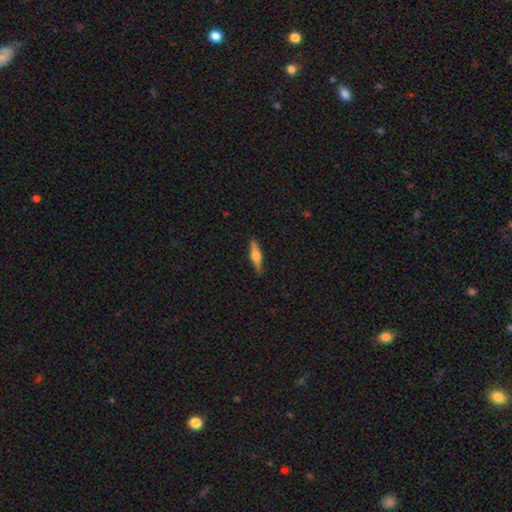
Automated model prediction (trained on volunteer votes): The model was most divided on "smooth or featured": featured or disk: 65%, smooth: 29%, star or artifact: 6%. More confident: edge-on disk — yes (97%); edge-on bulge — rounded (93%); merging — none (90%).